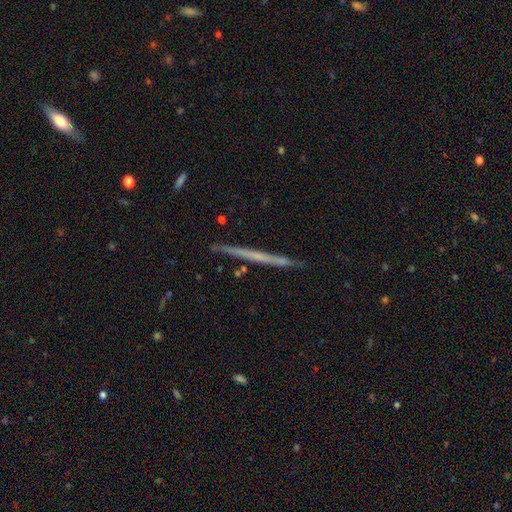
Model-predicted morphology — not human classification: A featured or disk galaxy (57%) viewed edge-on (98%) with no central bulge (90%). Merging: none (90%).